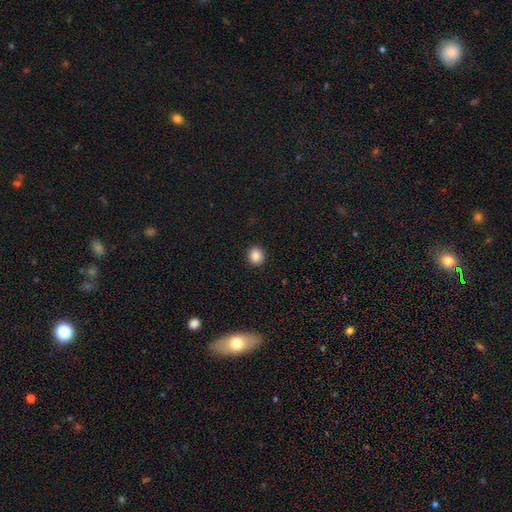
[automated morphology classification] smooth 87%, star or artifact 10%, featured or disk 3%. Down the decision tree: how rounded — round (81%); merging — none (92%).